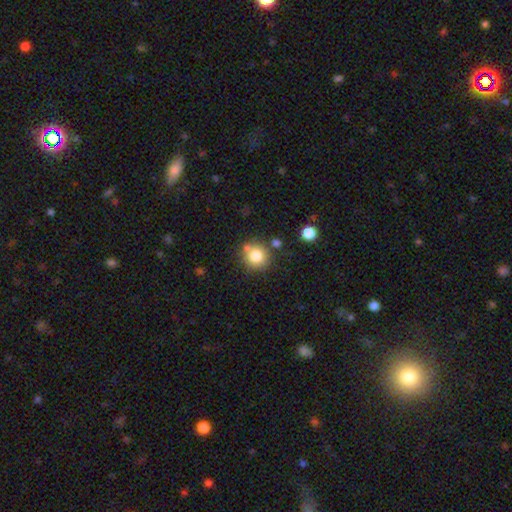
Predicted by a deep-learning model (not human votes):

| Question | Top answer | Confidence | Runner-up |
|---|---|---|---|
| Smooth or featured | smooth | 81% | star or artifact (11%) |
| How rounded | round | 91% | in between (8%) |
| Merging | none | 71% | merger (13%) |